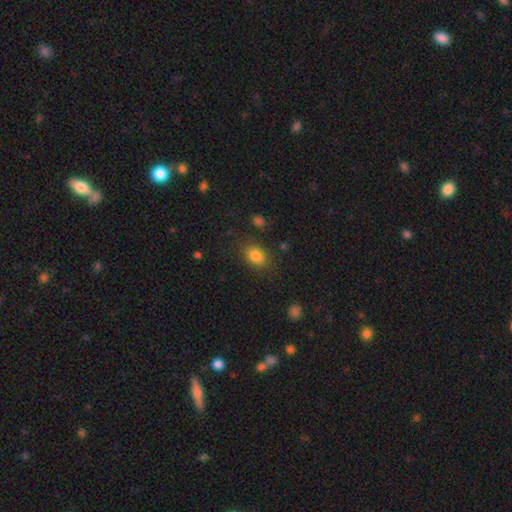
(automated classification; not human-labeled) Overall: smooth (83%). How rounded: in between (66%; round 32%). Merging: none (81%).